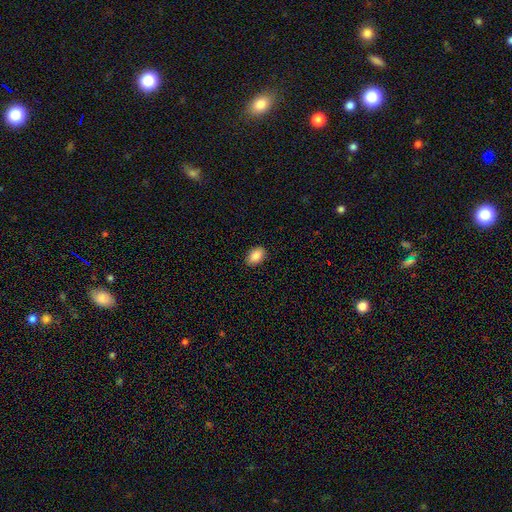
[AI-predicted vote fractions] A smooth galaxy with no disk features (86%) that is in between round and cigar-shaped (87%).

Vote fractions:
- Smooth or featured? smooth: 86% / star or artifact: 8% / featured or disk: 7%
- How rounded? in between: 87% / round: 12% / cigar-shaped: 1%
- Merging? none: 89% / minor disturbance: 8% / major disturbance: 2% / merger: 1%